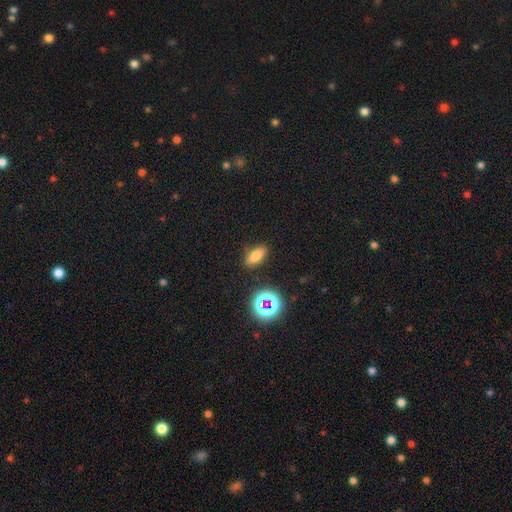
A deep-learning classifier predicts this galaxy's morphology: This is likely a smooth galaxy (73%). How rounded: likely in between (77%). Merging: clearly none (86%).